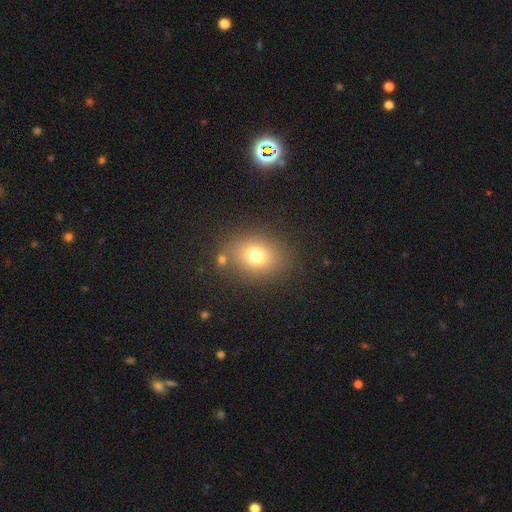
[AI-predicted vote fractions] Smooth or featured? Predicted: smooth (p=0.74). How rounded? Predicted: in between (p=0.50). Merging? Predicted: none (p=0.79).